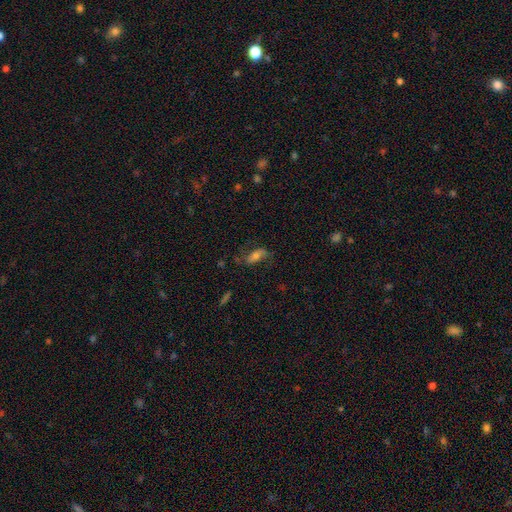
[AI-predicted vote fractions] A smooth galaxy with no disk features (50%). Merging: none (65%).